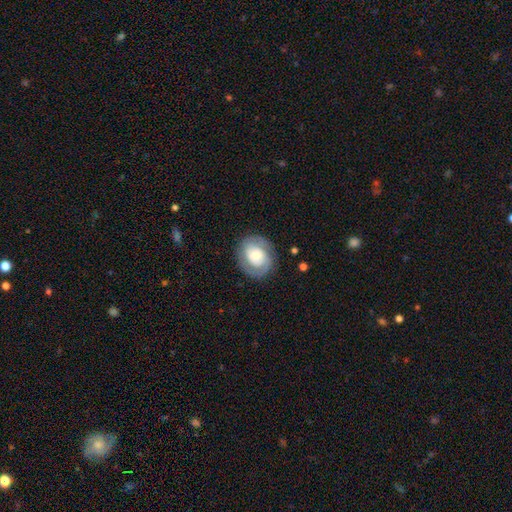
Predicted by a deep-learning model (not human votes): smooth_or_featured: featured or disk (p=0.66) [alt: smooth p=0.27]
disk_edge_on: no (p=0.97) [alt: yes p=0.03]
bar: no (p=0.59) [alt: weak p=0.31]
has_spiral_arms: yes (p=0.84) [alt: no p=0.16]
spiral_winding: tight (p=0.61) [alt: medium p=0.30]
spiral_arm_count: 2 (p=0.68) [alt: can't tell p=0.16]
bulge_size: moderate (p=0.41) [alt: small p=0.33]
merging: none (p=0.80) [alt: minor disturbance p=0.13]